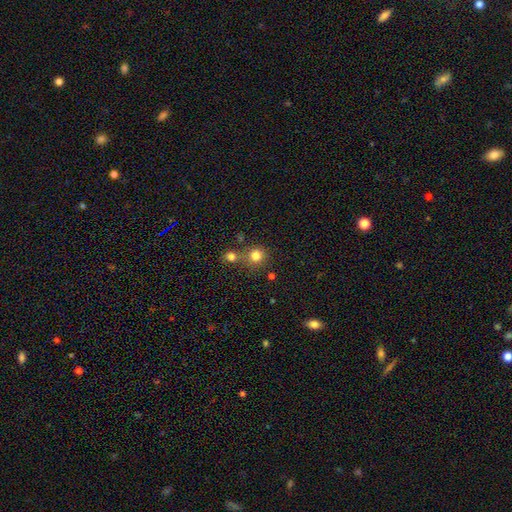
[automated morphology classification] A smooth galaxy with no disk features (80%) that is round (90%). Merging: none (63%).